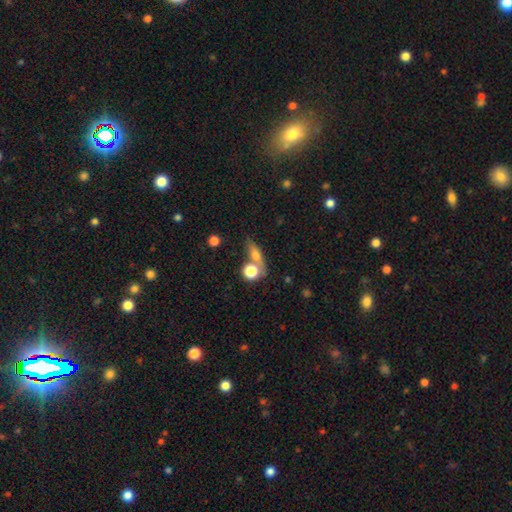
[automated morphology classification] Smooth or featured: smooth — 62% (featured or disk — 26%)
How rounded: in between — 41% (cigar-shaped — 34%)
Merging: none — 54% (merger — 27%)